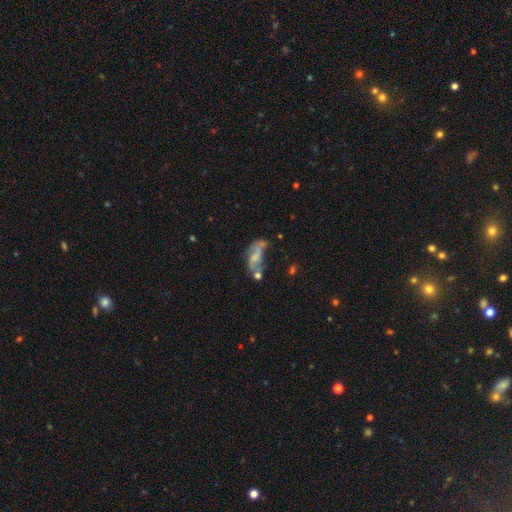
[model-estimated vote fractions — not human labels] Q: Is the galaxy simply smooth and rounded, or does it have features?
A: featured or disk — 54%.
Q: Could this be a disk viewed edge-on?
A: no — 93%.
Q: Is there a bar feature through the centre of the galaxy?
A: no — 63%.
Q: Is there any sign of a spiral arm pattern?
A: yes — 53%.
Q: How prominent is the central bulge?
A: none — 37%.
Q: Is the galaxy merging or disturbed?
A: major disturbance — 28%.